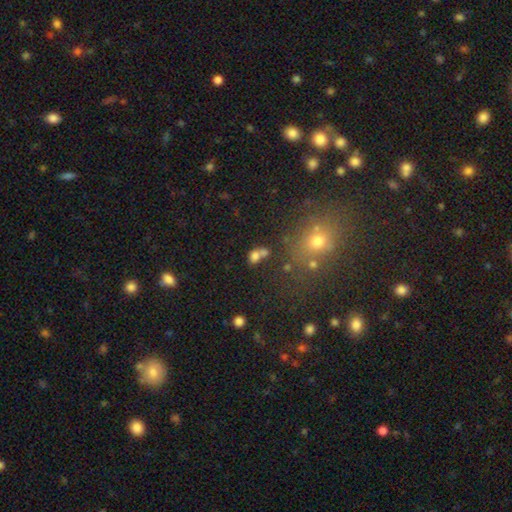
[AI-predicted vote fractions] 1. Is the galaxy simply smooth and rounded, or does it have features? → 70% smooth, 16% star or artifact, 13% featured or disk.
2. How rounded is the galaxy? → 64% in between, 34% round, 2% cigar-shaped.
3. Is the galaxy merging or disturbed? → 48% merger, 33% none, 12% minor disturbance, 7% major disturbance.